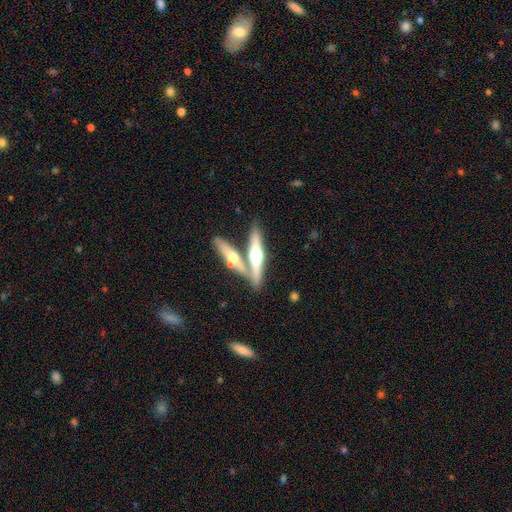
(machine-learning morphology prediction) Smooth or featured?
  - featured or disk: 66% *
  - smooth: 29%
  - star or artifact: 5%
Edge-on disk?
  - yes: 94% *
  - no: 6%
Edge-on bulge?
  - rounded: 94% *
  - boxy: 3%
  - none: 3%
Merging?
  - none: 49% *
  - merger: 40%
  - minor disturbance: 8%
  - major disturbance: 3%